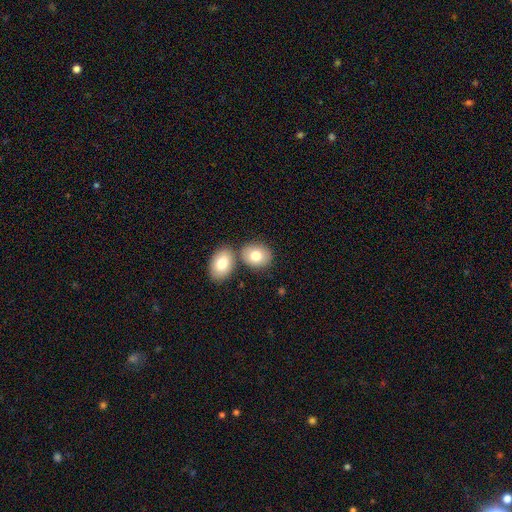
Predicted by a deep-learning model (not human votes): smooth 78%, featured or disk 14%, star or artifact 8%. Down the decision tree: how rounded — in between (52%); merging — none (59%).